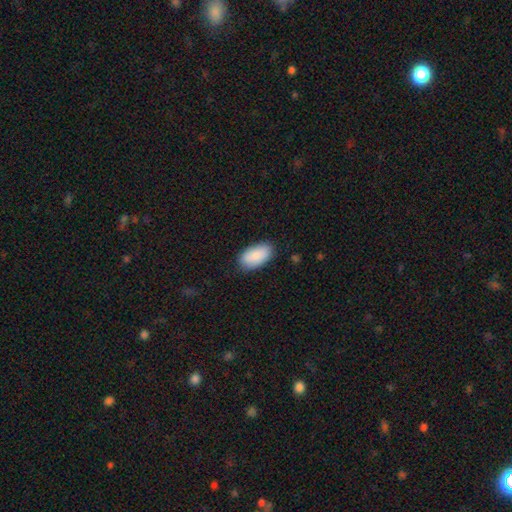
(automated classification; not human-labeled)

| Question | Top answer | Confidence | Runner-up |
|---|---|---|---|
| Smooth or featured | smooth | 90% | star or artifact (6%) |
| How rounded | in between | 95% | round (3%) |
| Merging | none | 83% | minor disturbance (13%) |